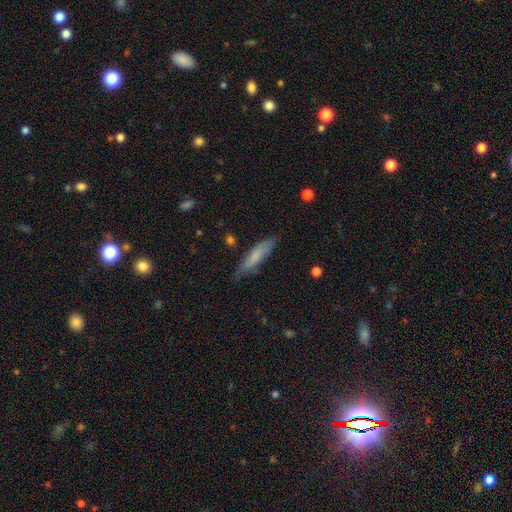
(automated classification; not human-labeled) This is likely a smooth galaxy (71%). How rounded: likely cigar-shaped (76%). Merging: likely none (74%).